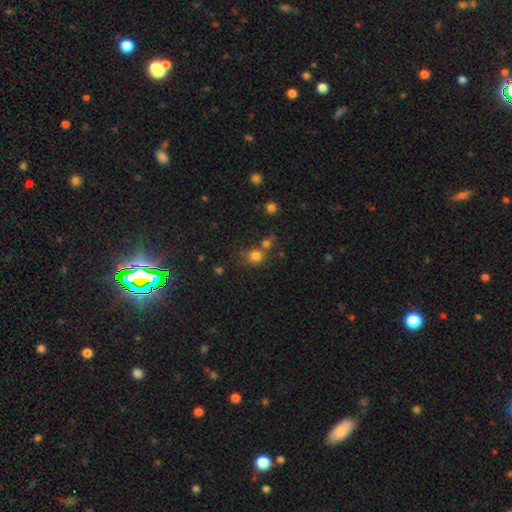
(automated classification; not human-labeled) Overall: smooth (78%). How rounded: round (79%). Merging: none (56%; merger 26%).